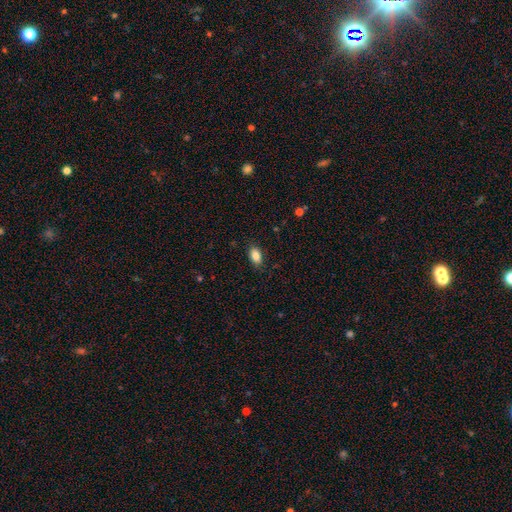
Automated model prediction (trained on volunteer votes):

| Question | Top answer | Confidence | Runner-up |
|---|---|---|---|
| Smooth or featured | smooth | 87% | star or artifact (8%) |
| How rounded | in between | 90% | round (8%) |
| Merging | none | 87% | minor disturbance (10%) |